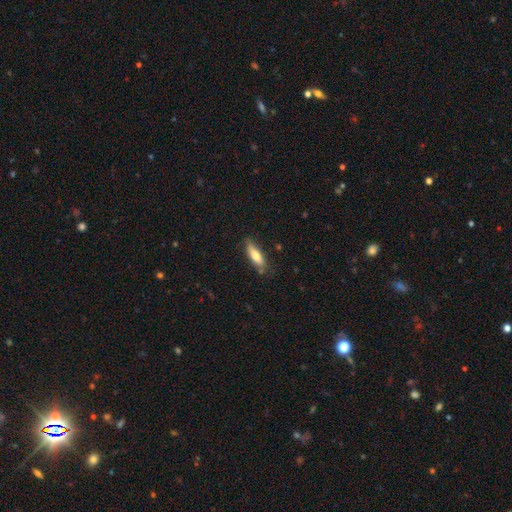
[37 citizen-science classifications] smooth-or-featured: smooth: 78% | featured or disk: 22% | star or artifact: 0%
  how-rounded: in between: 52% | cigar-shaped: 48% | round: 0%
  merging: none: 68% | minor disturbance: 30% | major disturbance: 3% | merger: 0%